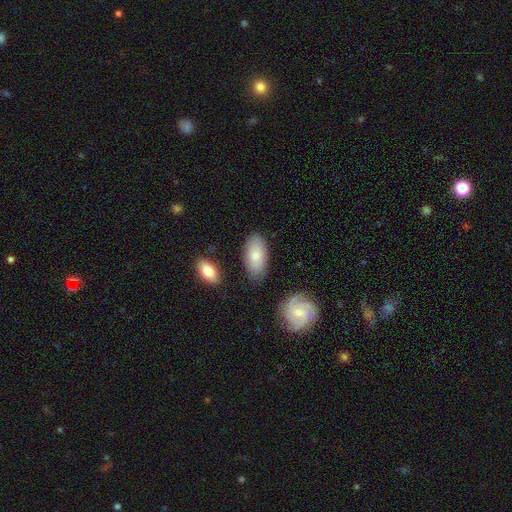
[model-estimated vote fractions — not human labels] Morphology: type=smooth (78%); roundness=in between (93%); merging=none (79%).